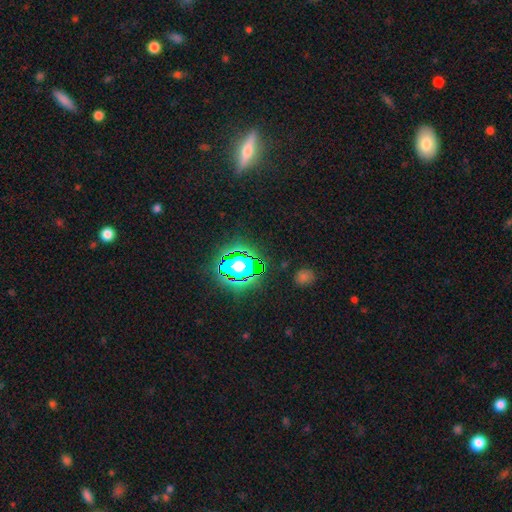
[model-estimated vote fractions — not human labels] A star or artifact, not a galaxy (72%).

Vote fractions:
- Smooth or featured? star or artifact: 72% / smooth: 17% / featured or disk: 11%